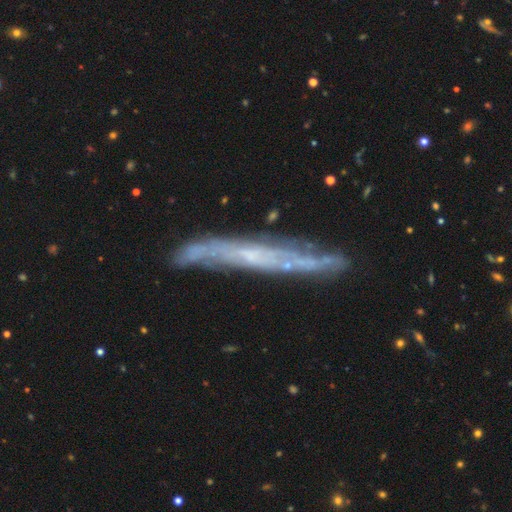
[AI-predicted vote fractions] This appears to be a featured or disk galaxy (74%) viewed edge-on (72%) with no central bulge (73%). Merging: none (78%).